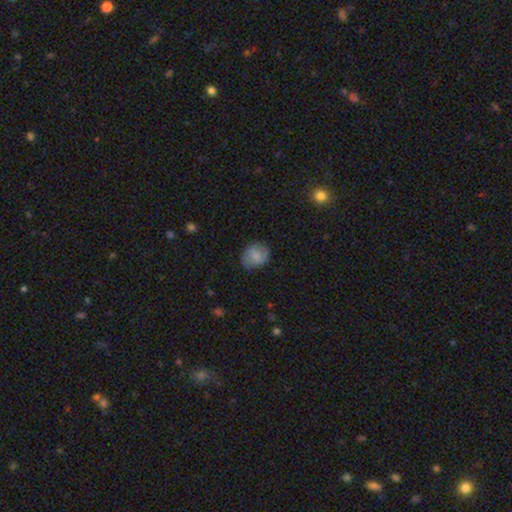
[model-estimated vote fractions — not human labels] Smooth or featured?
  - smooth: 76% *
  - featured or disk: 15%
  - star or artifact: 8%
How rounded?
  - round: 54% *
  - in between: 45%
  - cigar-shaped: 1%
Merging?
  - none: 76% *
  - minor disturbance: 18%
  - major disturbance: 5%
  - merger: 1%